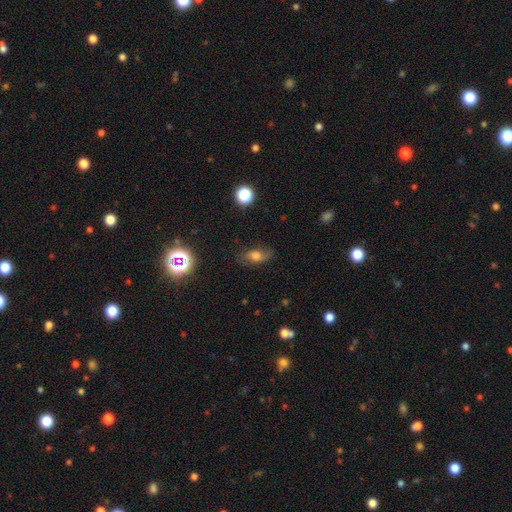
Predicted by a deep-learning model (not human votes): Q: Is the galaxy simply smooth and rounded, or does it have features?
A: smooth — 59%.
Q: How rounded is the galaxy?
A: in between — 79%.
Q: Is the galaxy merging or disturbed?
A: none — 70%.